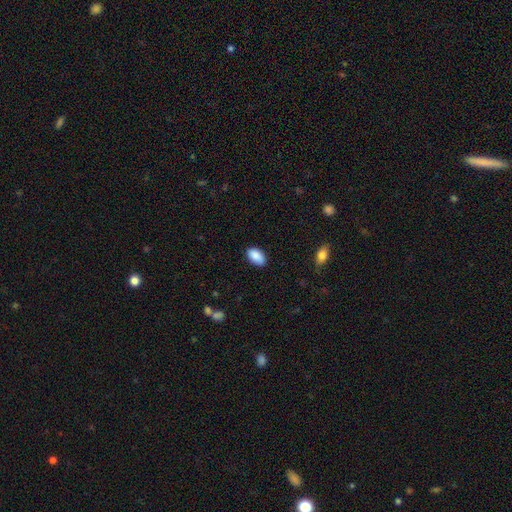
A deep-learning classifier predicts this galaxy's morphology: This is clearly a smooth galaxy (88%). How rounded: clearly in between (94%). Merging: clearly none (83%).